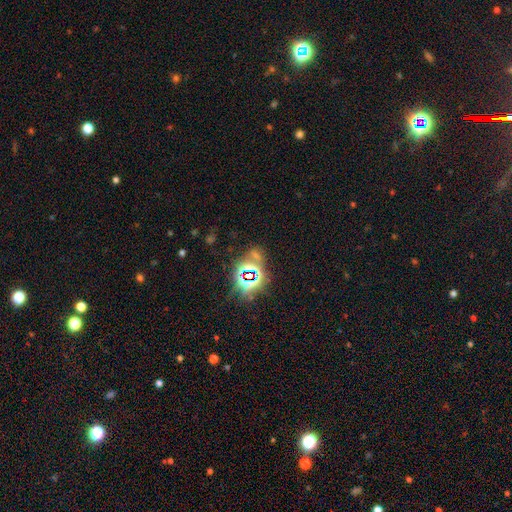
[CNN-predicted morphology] Smooth or featured? star or artifact (76%)